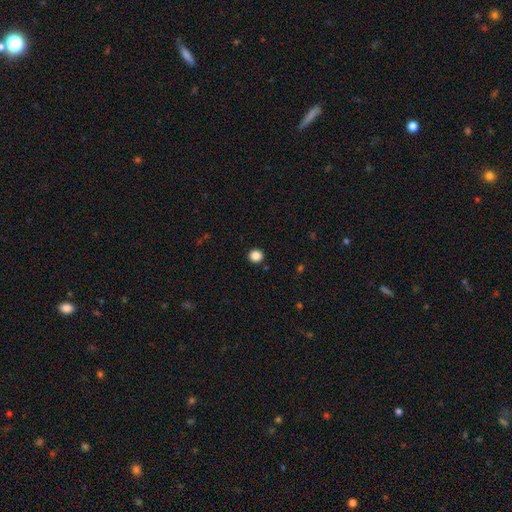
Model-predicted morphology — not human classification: Smooth or featured: smooth — 86% (star or artifact — 11%)
How rounded: round — 91% (in between — 9%)
Merging: none — 92% (minor disturbance — 5%)